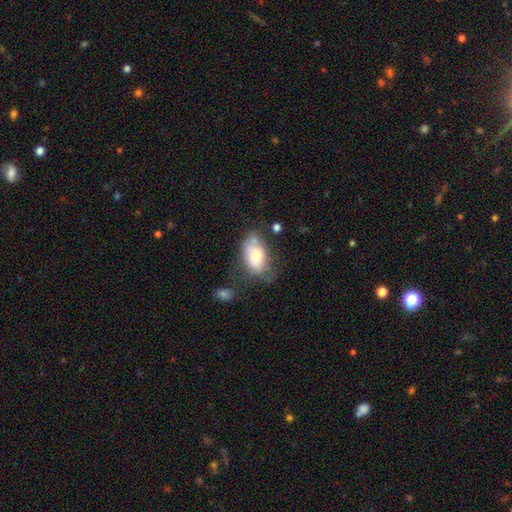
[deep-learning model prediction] This appears to be a smooth galaxy with no disk features (65%) that is in between round and cigar-shaped (90%). Merging: none (41%).